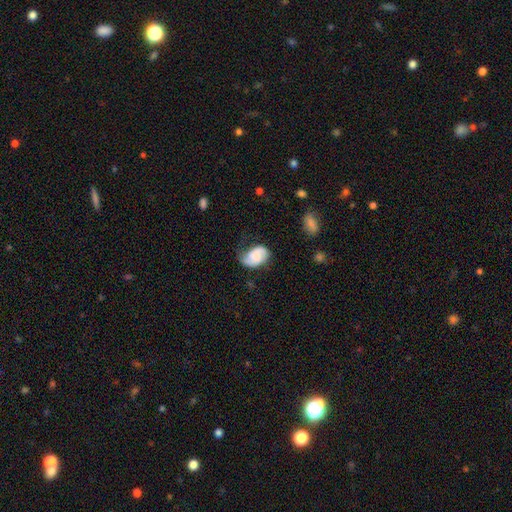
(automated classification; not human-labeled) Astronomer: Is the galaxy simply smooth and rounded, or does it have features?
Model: featured or disk — 57% (runner-up: smooth, 36%).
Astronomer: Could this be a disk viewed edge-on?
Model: no — 97%.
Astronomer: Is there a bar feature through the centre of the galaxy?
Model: no — 57% (runner-up: weak, 34%).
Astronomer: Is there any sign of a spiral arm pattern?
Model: yes — 90%.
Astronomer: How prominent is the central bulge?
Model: none — 40% (runner-up: small, 21%).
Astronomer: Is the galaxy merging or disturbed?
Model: none — 46% (runner-up: minor disturbance, 33%).